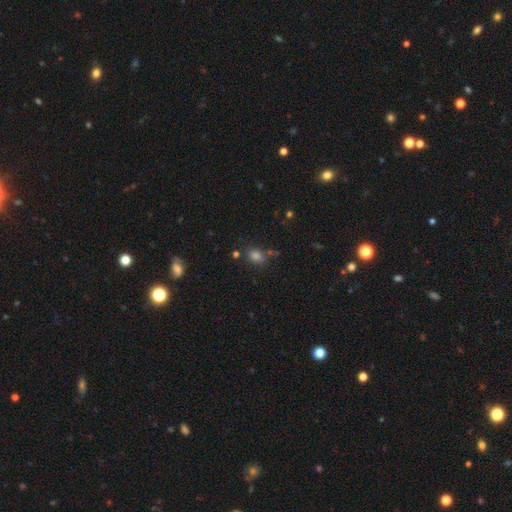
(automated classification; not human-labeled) A smooth galaxy with no disk features (77%) that is in between round and cigar-shaped (53%). Merging: none (72%).